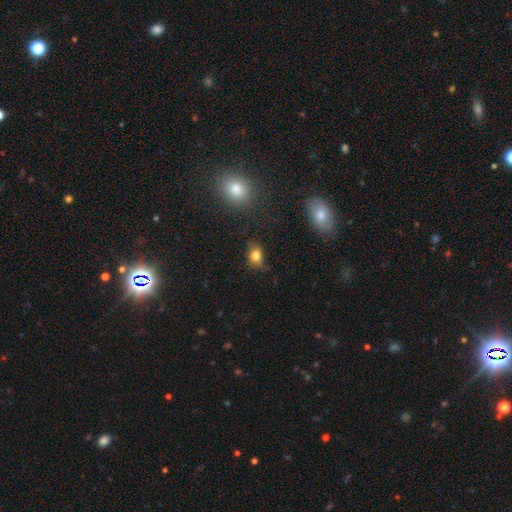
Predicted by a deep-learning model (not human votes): smooth 81%, star or artifact 11%, featured or disk 8%. Down the decision tree: how rounded — in between (61%); merging — none (67%).